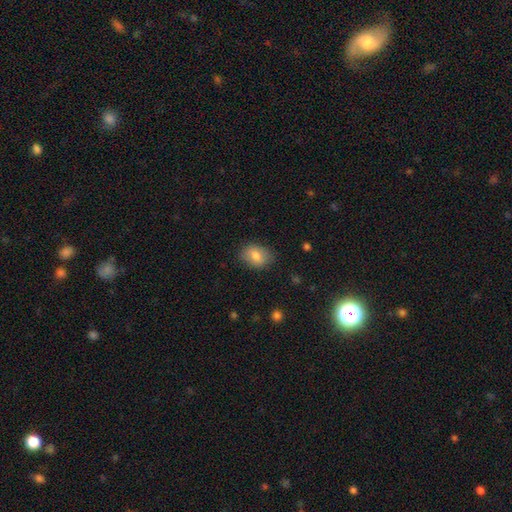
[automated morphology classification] A smooth galaxy with no disk features (77%) that is in between round and cigar-shaped (73%). Merging: none (80%).